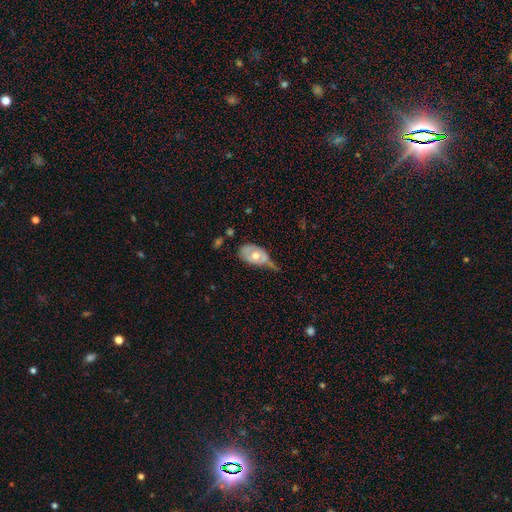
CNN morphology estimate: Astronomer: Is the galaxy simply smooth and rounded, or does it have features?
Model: smooth — 52% (runner-up: featured or disk, 42%).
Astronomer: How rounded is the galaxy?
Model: in between — 86%.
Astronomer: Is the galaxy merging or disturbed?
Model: minor disturbance — 40% (runner-up: major disturbance, 29%).